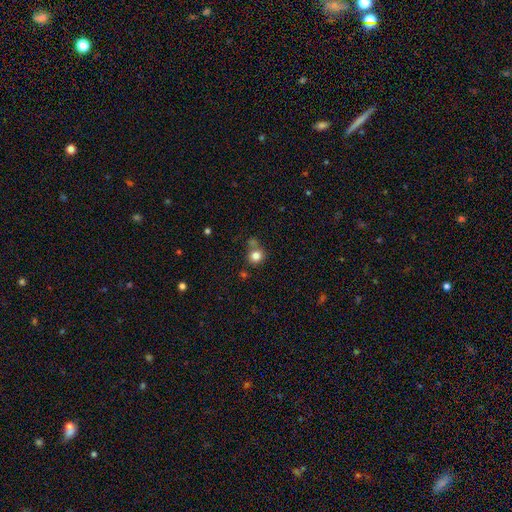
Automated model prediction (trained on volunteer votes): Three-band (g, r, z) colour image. It shows a smooth galaxy with no disk features (81%) that is round (87%). Merging: none (67%).